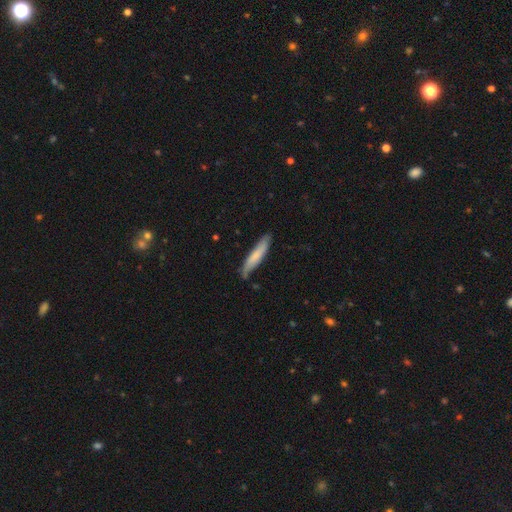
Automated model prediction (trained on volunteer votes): Smooth or featured? smooth (70%)
How rounded? cigar-shaped (87%)
Merging? none (75%)